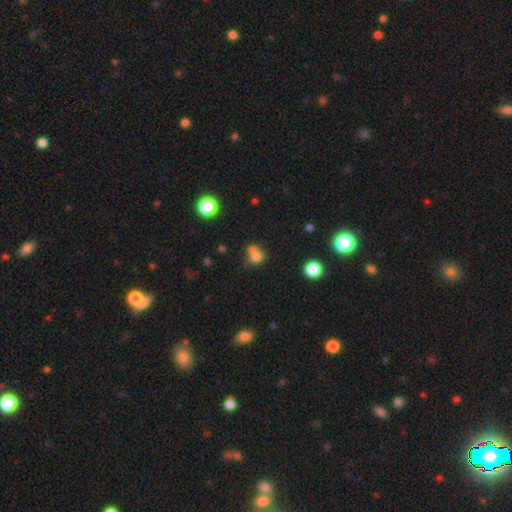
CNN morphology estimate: smooth-or-featured: smooth: 72% | star or artifact: 15% | featured or disk: 13%
  how-rounded: round: 75% | in between: 24% | cigar-shaped: 1%
  merging: merger: 52% | none: 35% | minor disturbance: 8% | major disturbance: 4%